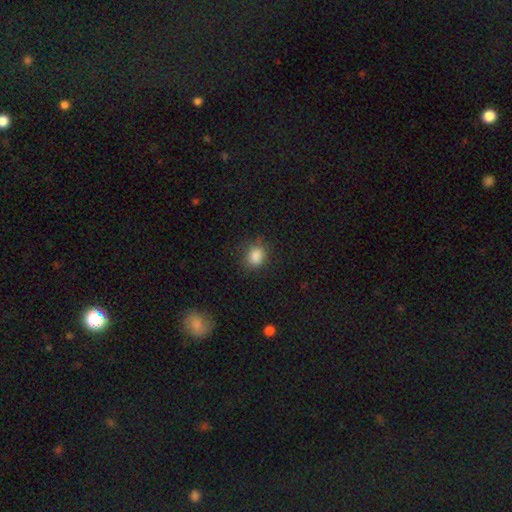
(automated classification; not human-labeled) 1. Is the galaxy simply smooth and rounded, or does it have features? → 85% smooth, 10% star or artifact, 4% featured or disk.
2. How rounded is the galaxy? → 52% round, 47% in between, 1% cigar-shaped.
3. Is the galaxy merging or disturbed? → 75% none, 18% minor disturbance, 6% major disturbance, 1% merger.